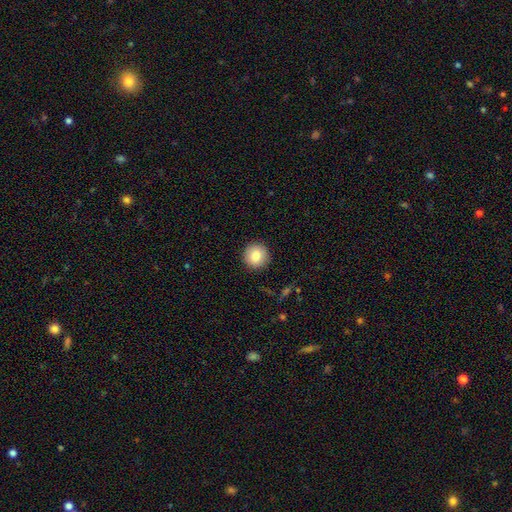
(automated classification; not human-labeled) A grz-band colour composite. It shows a smooth galaxy with no disk features (85%) that is round (95%). Merging: none (92%).